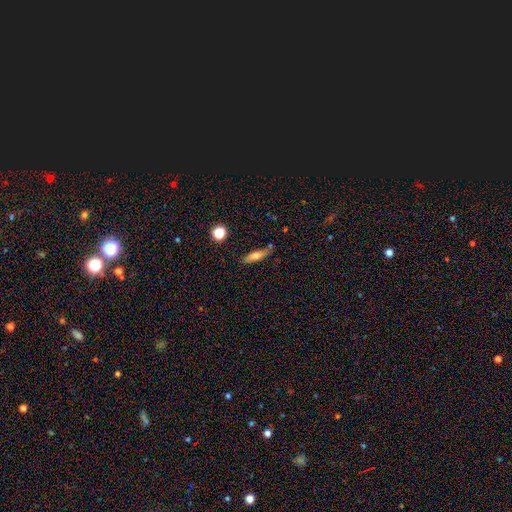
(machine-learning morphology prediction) Smooth or featured? smooth (62%)
How rounded? cigar-shaped (64%)
Merging? none (76%)